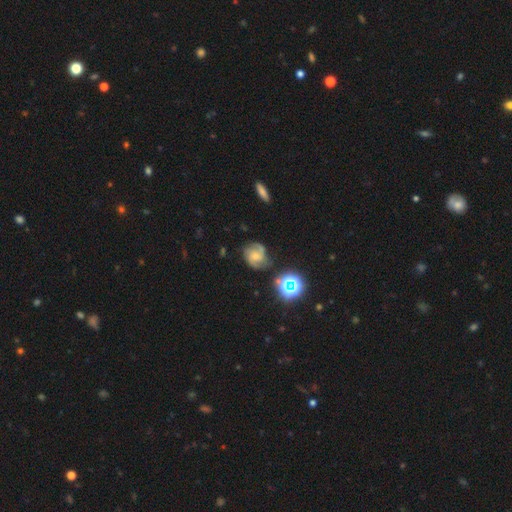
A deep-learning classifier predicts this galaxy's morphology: The model was most divided on "spiral arm count": 3: 36%, 2: 35%, can't tell: 16%, 4: 5%, 1: 5%, more than 4: 3%. Remaining: edge-on disk — no (98%); spiral arms — yes (93%); smooth or featured — featured or disk (67%); merging — none (64%); bar — no (63%); spiral winding — medium (49%); bulge size — small (41%).